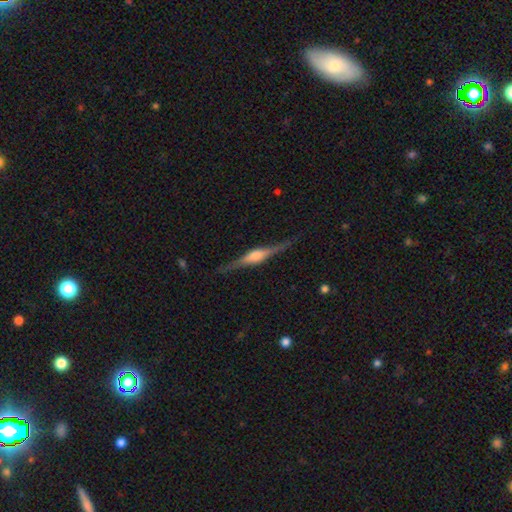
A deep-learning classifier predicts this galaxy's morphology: featured or disk 83%, smooth 11%, star or artifact 6%. Down the decision tree: edge-on disk — yes (98%); edge-on bulge — rounded (78%); merging — none (87%).